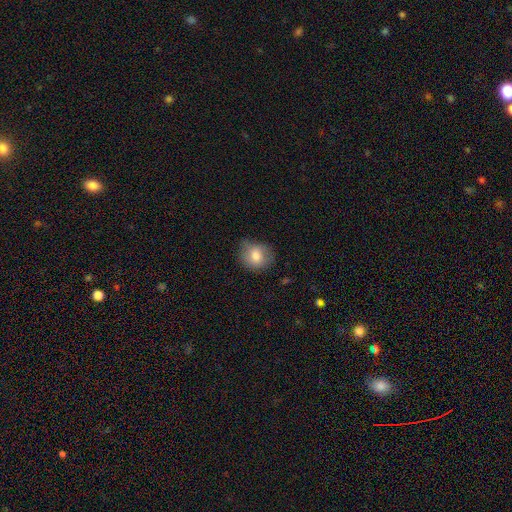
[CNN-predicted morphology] A smooth galaxy with no disk features (77%) that is round (77%).

Vote fractions:
- Smooth or featured? smooth: 77% / featured or disk: 14% / star or artifact: 9%
- How rounded? round: 77% / in between: 22% / cigar-shaped: 1%
- Merging? none: 64% / minor disturbance: 28% / major disturbance: 6% / merger: 1%